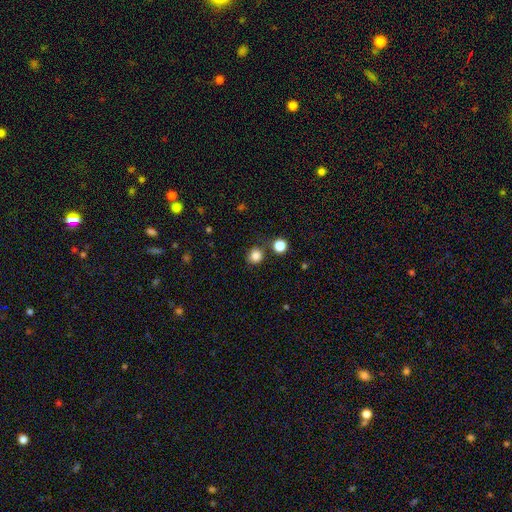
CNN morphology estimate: Smooth or featured?
  - smooth: 83% *
  - star or artifact: 12%
  - featured or disk: 4%
How rounded?
  - round: 87% *
  - in between: 12%
  - cigar-shaped: 1%
Merging?
  - none: 77% *
  - minor disturbance: 12%
  - merger: 7%
  - major disturbance: 4%